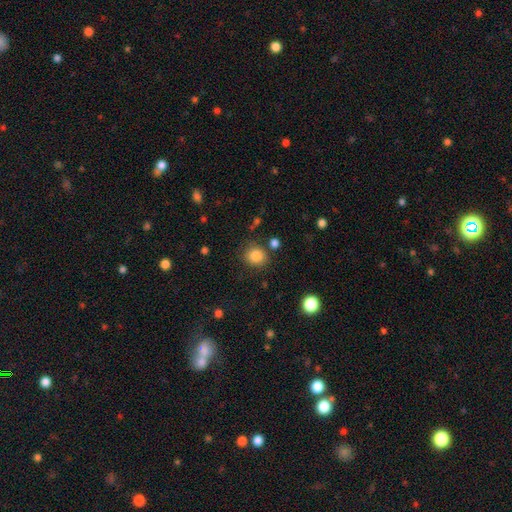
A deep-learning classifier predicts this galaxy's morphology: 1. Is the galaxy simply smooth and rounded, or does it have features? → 85% smooth, 11% star or artifact, 4% featured or disk.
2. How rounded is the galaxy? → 81% round, 18% in between, 1% cigar-shaped.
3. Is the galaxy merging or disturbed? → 82% none, 10% minor disturbance, 4% merger, 4% major disturbance.